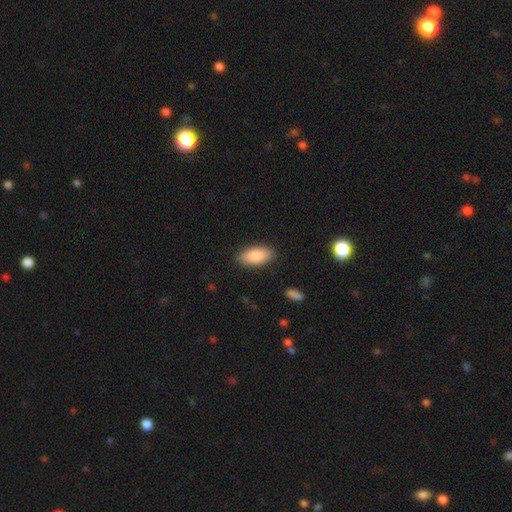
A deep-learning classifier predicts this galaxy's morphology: This is clearly a smooth galaxy (88%). How rounded: clearly in between (90%). Merging: clearly none (86%).